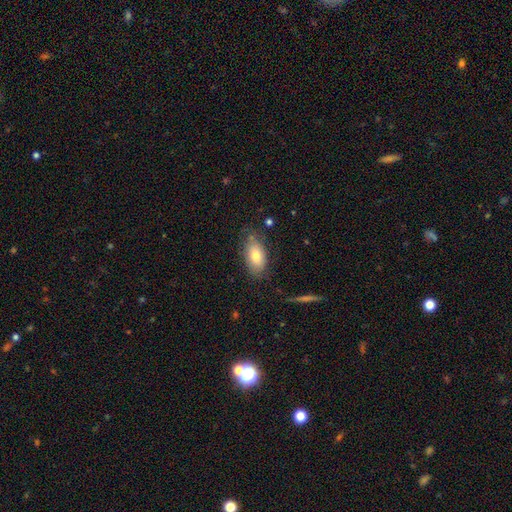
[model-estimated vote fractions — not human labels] Overall: smooth (79%). How rounded: in between (92%). Merging: none (72%).